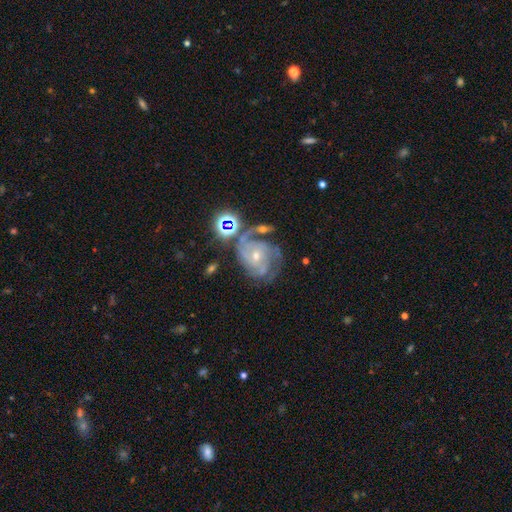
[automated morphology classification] Smooth or featured?
  - featured or disk: 83% *
  - star or artifact: 10%
  - smooth: 8%
Edge-on disk?
  - no: 97% *
  - yes: 3%
Bar?
  - no: 67% *
  - weak: 26%
  - strong: 7%
Spiral arms?
  - yes: 95% *
  - no: 5%
Spiral winding?
  - tight: 53% *
  - medium: 37%
  - loose: 10%
Spiral arm count?
  - 3: 35% *
  - can't tell: 24%
  - 2: 17%
  - 4: 13%
  - 1: 6%
  - more than 4: 6%
Bulge size?
  - small: 63% *
  - moderate: 34%
  - none: 1%
  - large: 1%
  - dominant: 1%
Merging?
  - none: 46% *
  - major disturbance: 21%
  - minor disturbance: 21%
  - merger: 12%